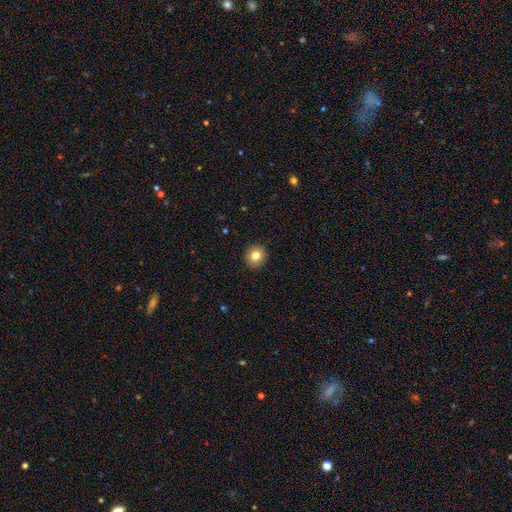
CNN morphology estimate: smooth-or-featured: smooth: 81% | star or artifact: 10% | featured or disk: 8%
  how-rounded: round: 89% | in between: 10% | cigar-shaped: 1%
  merging: none: 92% | minor disturbance: 5% | major disturbance: 2% | merger: 1%